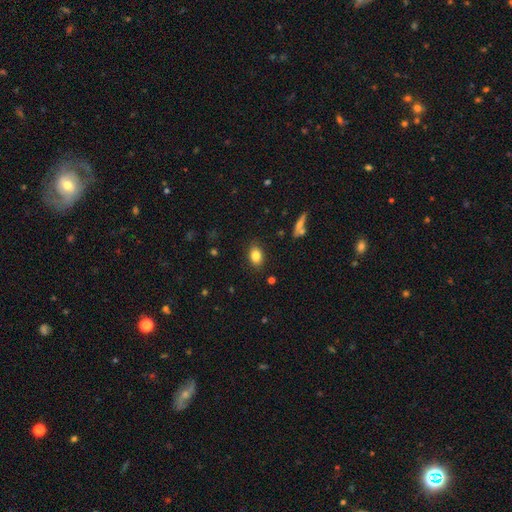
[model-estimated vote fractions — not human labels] smooth_or_featured: smooth (p=0.84) [alt: star or artifact p=0.09]
how_rounded: in between (p=0.81) [alt: round p=0.17]
merging: none (p=0.86) [alt: minor disturbance p=0.10]